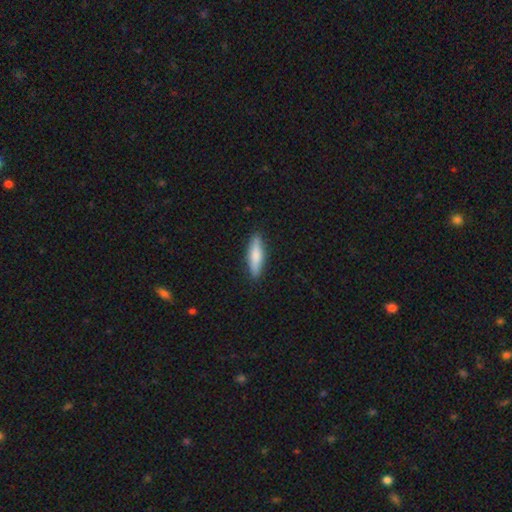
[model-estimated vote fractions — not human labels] A smooth galaxy with no disk features (73%) that is cigar-shaped (72%). Merging: none (89%).